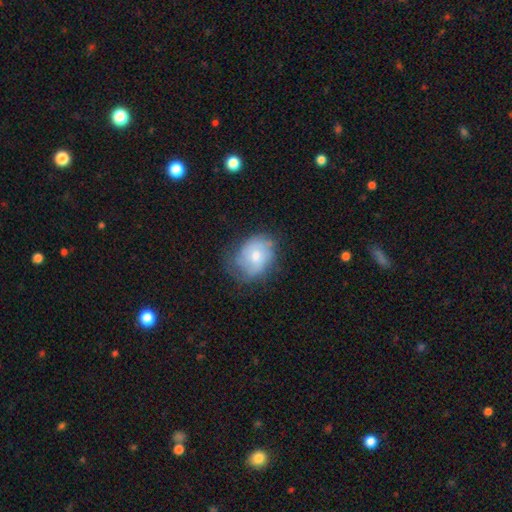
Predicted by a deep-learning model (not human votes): smooth_or_featured: smooth (p=0.47) [alt: featured or disk p=0.45]
merging: none (p=0.56) [alt: minor disturbance p=0.29]